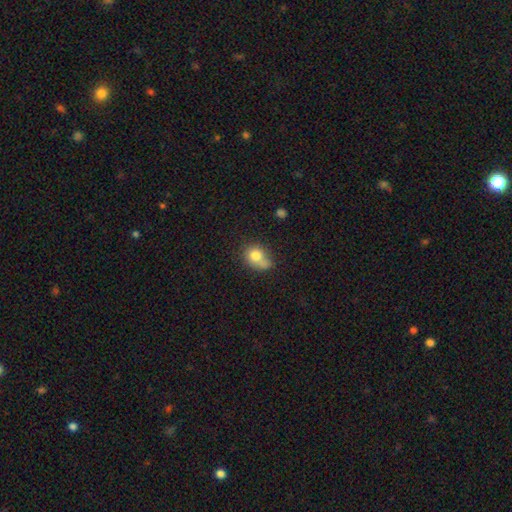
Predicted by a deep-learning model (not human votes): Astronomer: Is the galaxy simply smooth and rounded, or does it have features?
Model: smooth — 76%.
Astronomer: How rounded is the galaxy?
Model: round — 57% (runner-up: in between, 42%).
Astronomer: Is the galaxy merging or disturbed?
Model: none — 39% (runner-up: merger, 26%).